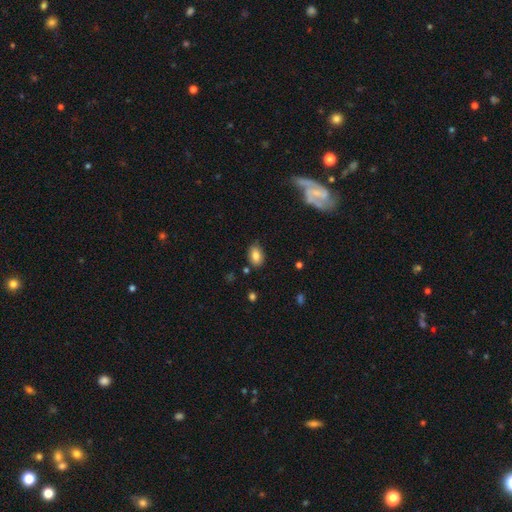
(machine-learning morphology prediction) Smooth or featured? smooth (83%)
How rounded? in between (87%)
Merging? none (80%)